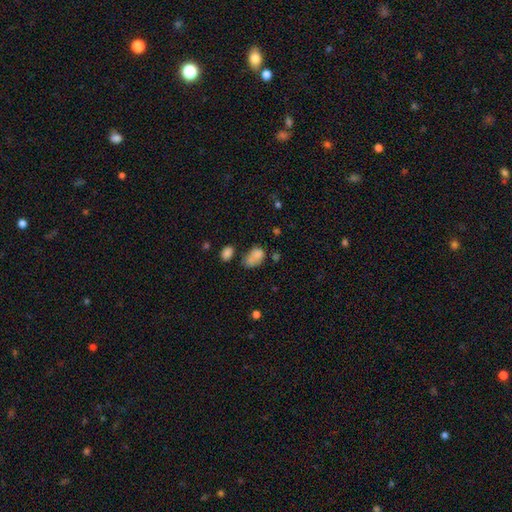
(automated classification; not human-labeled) Q: Smooth or featured?
A: smooth (77%); runner-up: featured or disk (12%)
Q: How rounded?
A: in between (75%); runner-up: round (24%)
Q: Merging?
A: merger (36%); runner-up: none (30%)